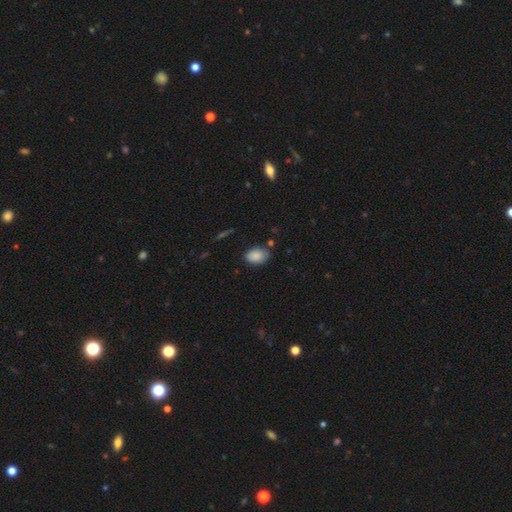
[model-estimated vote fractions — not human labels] A smooth galaxy with no disk features (87%) that is in between round and cigar-shaped (88%). Merging: none (78%).